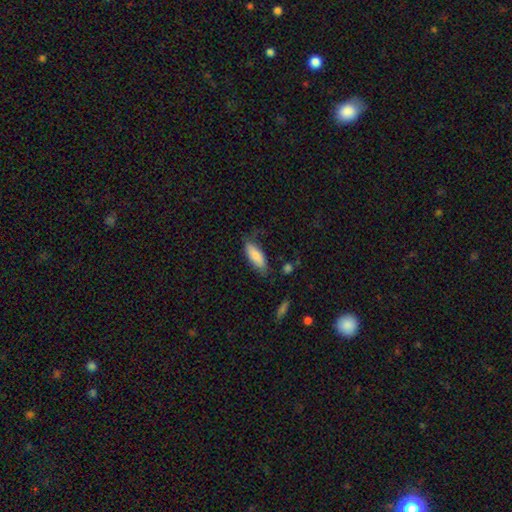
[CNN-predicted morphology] type=smooth (82%); roundness=in between (68%); merging=none (66%).